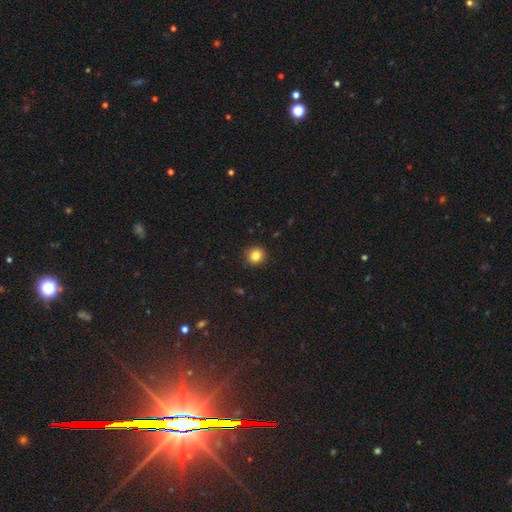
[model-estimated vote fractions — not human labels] Smooth or featured? smooth (83%)
How rounded? round (90%)
Merging? none (91%)